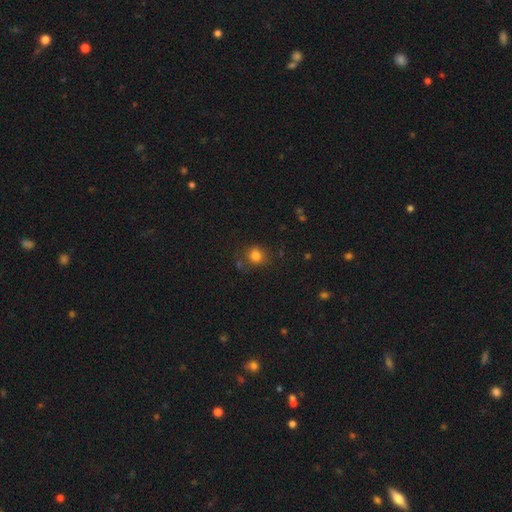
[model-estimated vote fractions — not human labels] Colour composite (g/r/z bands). It shows a smooth galaxy with no disk features (81%) that is round (76%). Merging: none (73%).